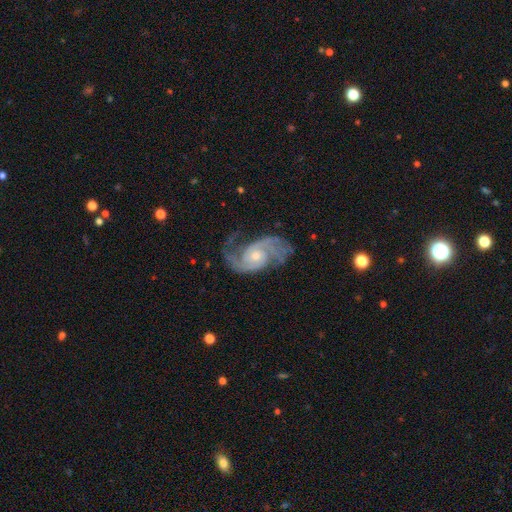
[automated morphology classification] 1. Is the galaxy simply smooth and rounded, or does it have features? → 91% featured or disk, 5% star or artifact, 5% smooth.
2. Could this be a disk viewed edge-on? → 97% no, 3% yes.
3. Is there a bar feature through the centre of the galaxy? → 65% no, 29% weak, 5% strong.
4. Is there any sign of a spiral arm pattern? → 98% yes, 2% no.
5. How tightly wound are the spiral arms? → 50% medium, 32% tight, 18% loose.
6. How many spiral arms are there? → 65% 2, 16% 3, 8% can't tell, 4% 4, 4% 1, 3% more than 4.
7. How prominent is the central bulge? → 49% small, 46% moderate, 2% large, 2% none, 1% dominant.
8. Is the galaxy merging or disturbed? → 65% none, 20% minor disturbance, 13% major disturbance, 2% merger.